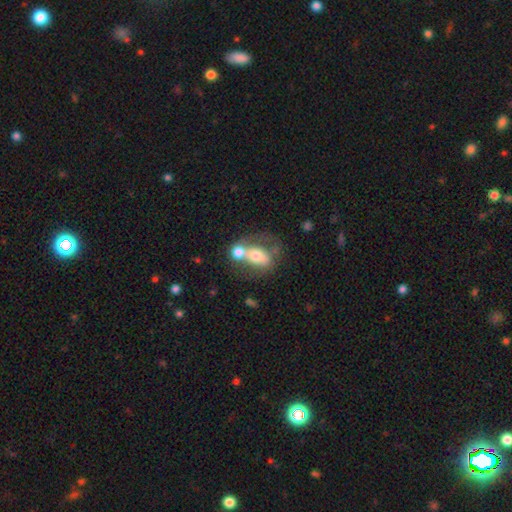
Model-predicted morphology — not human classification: This appears to be a smooth galaxy with no disk features (56%) that is in between round and cigar-shaped (69%). Merging: merger (64%).